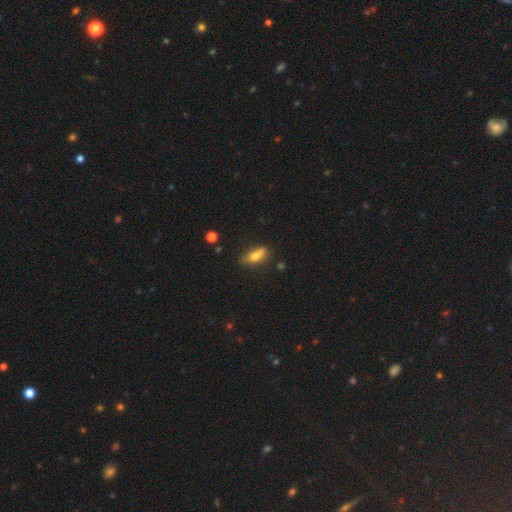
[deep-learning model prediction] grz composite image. It shows a smooth galaxy with no disk features (64%) that is in between round and cigar-shaped (68%). Merging: none (62%).